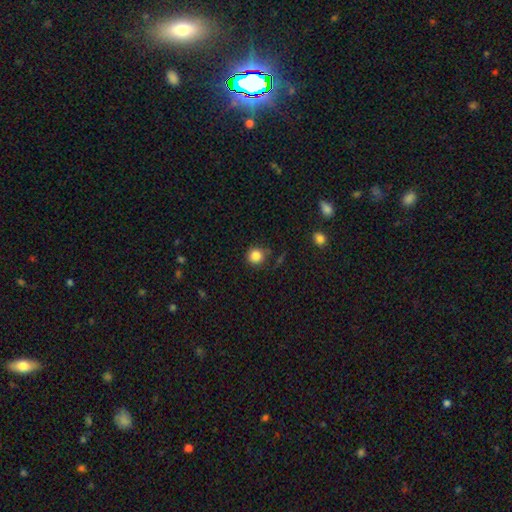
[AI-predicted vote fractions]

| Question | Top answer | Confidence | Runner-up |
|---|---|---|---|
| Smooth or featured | smooth | 85% | star or artifact (11%) |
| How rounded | round | 93% | in between (6%) |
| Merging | none | 83% | minor disturbance (10%) |